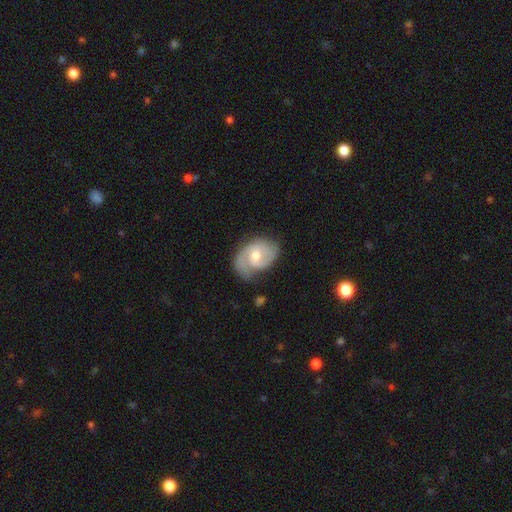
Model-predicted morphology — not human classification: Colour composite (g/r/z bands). It shows a featured or disk galaxy (71%) with a weak bar (47%), 2 (61%) medium (44%) spiral arms (89%) and a moderate central bulge (64%). Merging: none (55%).